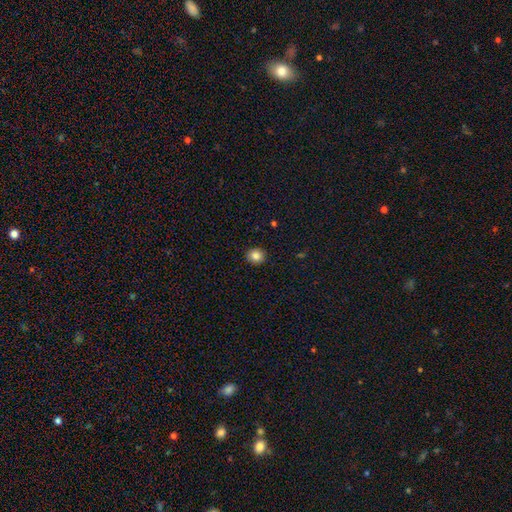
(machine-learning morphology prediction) smooth_or_featured: smooth (p=0.84) [alt: star or artifact p=0.11]
how_rounded: round (p=0.86) [alt: in between p=0.13]
merging: none (p=0.92) [alt: minor disturbance p=0.06]